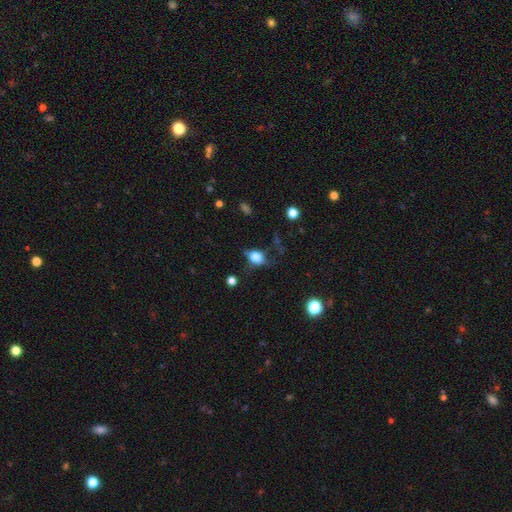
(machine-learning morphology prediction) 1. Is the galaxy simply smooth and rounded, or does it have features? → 74% smooth, 14% featured or disk, 12% star or artifact.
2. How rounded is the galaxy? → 55% in between, 43% round, 2% cigar-shaped.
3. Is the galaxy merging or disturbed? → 51% none, 28% minor disturbance, 18% major disturbance, 3% merger.